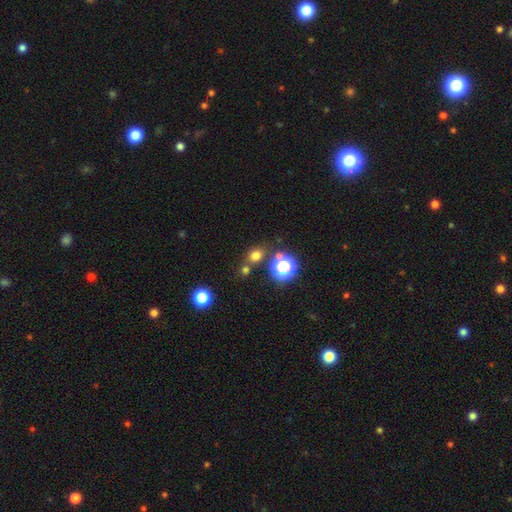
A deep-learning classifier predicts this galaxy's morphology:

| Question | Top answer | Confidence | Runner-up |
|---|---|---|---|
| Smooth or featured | smooth | 69% | star or artifact (24%) |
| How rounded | round | 66% | in between (33%) |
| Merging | none | 71% | merger (15%) |